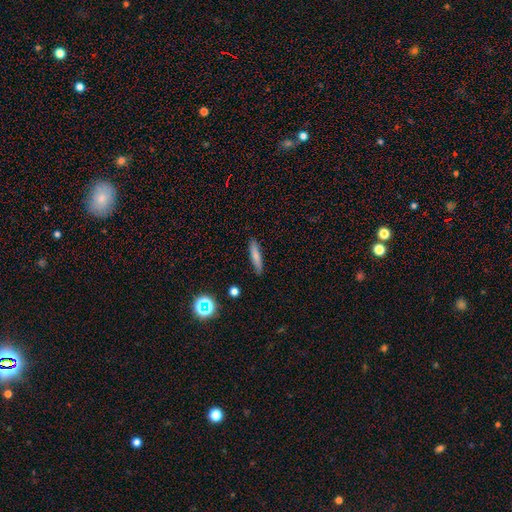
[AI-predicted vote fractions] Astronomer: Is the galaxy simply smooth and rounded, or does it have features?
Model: smooth — 74%.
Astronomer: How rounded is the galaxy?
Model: cigar-shaped — 86%.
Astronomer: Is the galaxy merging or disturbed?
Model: none — 86%.